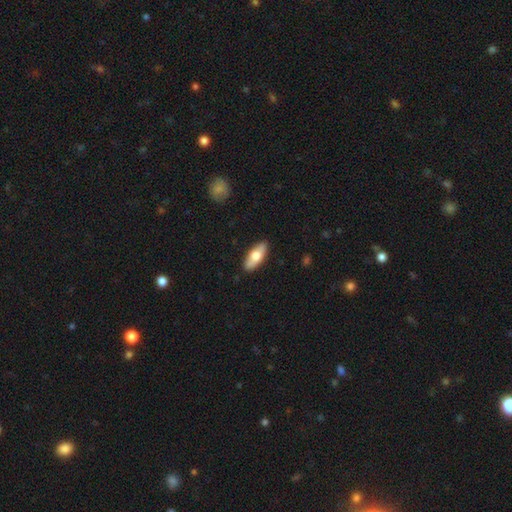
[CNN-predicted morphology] A smooth galaxy with no disk features (67%) that is in between round and cigar-shaped (75%).

Vote fractions:
- Smooth or featured? smooth: 67% / featured or disk: 28% / star or artifact: 5%
- How rounded? in between: 75% / cigar-shaped: 23% / round: 2%
- Merging? none: 89% / minor disturbance: 9% / major disturbance: 2% / merger: 1%